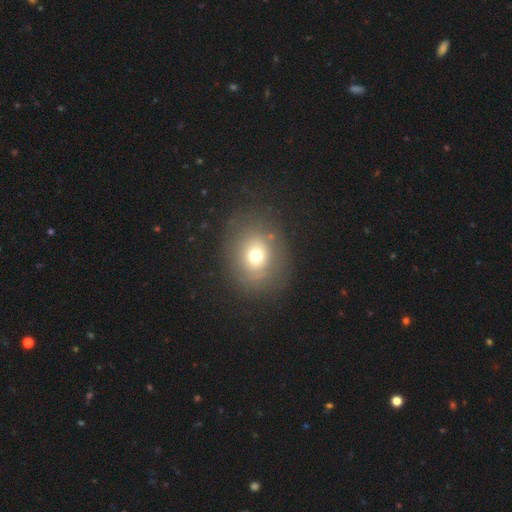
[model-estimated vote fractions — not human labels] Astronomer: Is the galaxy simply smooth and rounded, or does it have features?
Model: smooth — 65%.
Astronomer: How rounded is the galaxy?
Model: round — 69%.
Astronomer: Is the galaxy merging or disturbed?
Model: none — 78%.